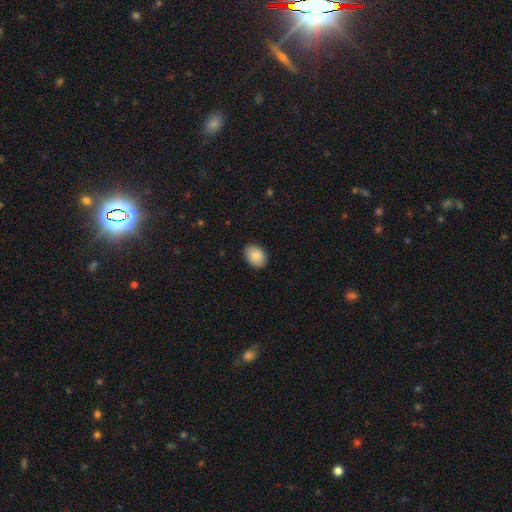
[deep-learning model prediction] Q: Smooth or featured?
A: smooth (88%); runner-up: star or artifact (7%)
Q: How rounded?
A: in between (71%); runner-up: round (28%)
Q: Merging?
A: none (87%); runner-up: minor disturbance (10%)